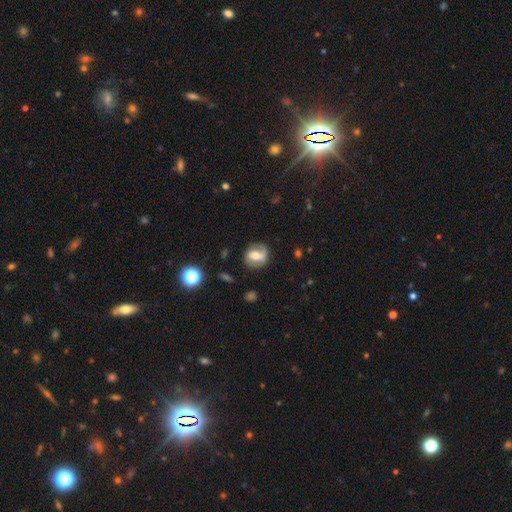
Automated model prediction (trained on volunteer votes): A featured or disk galaxy (56%) with a weak bar (41%), spiral arms (77%) and a moderate central bulge (65%). Merging: none (73%).